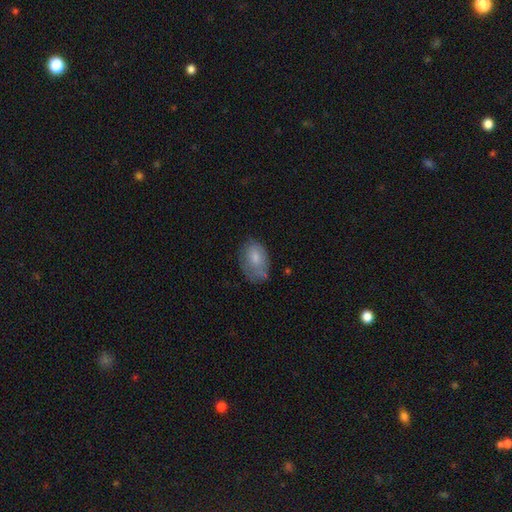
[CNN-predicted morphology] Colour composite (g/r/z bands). It shows a smooth galaxy with no disk features (68%) that is in between round and cigar-shaped (86%). Merging: none (55%).